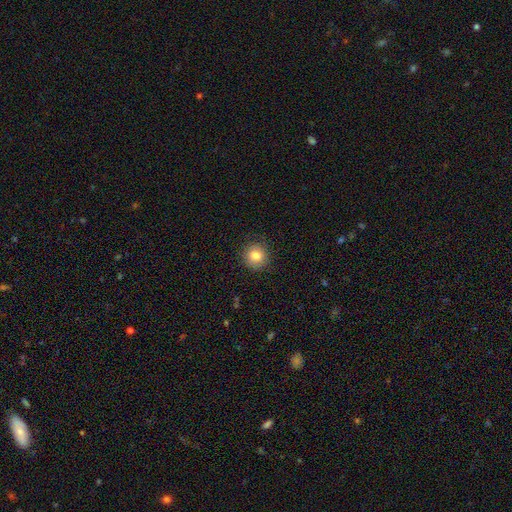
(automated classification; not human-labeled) smooth_or_featured: smooth (p=0.82) [alt: star or artifact p=0.10]
how_rounded: round (p=0.91) [alt: in between p=0.08]
merging: none (p=0.88) [alt: minor disturbance p=0.08]